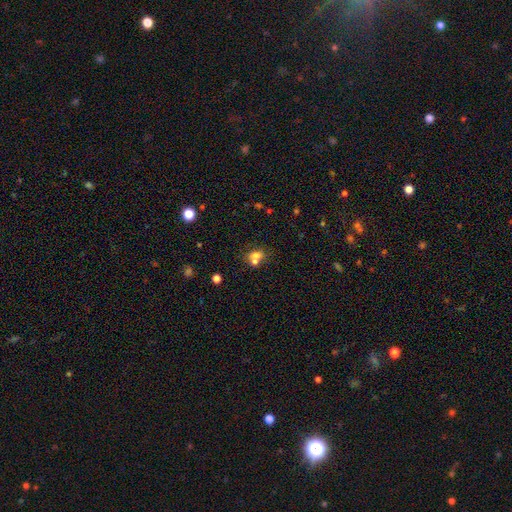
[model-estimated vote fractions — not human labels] The model was most divided on "how rounded": round: 50%, in between: 48%, cigar-shaped: 2%. More confident: smooth or featured — smooth (66%); merging — merger (53%).